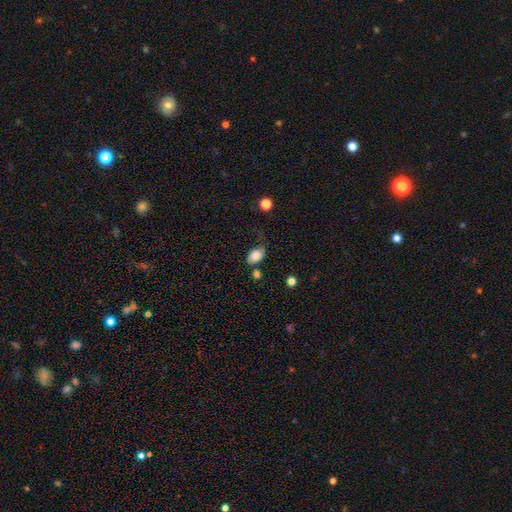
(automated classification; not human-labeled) Smooth or featured: smooth — 80% (featured or disk — 12%)
How rounded: in between — 87% (round — 12%)
Merging: none — 48% (minor disturbance — 30%)